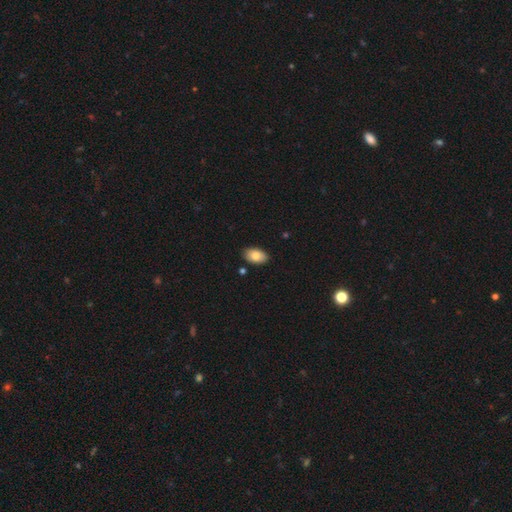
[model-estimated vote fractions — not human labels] A smooth galaxy with no disk features (83%) that is in between round and cigar-shaped (94%). Merging: none (85%).